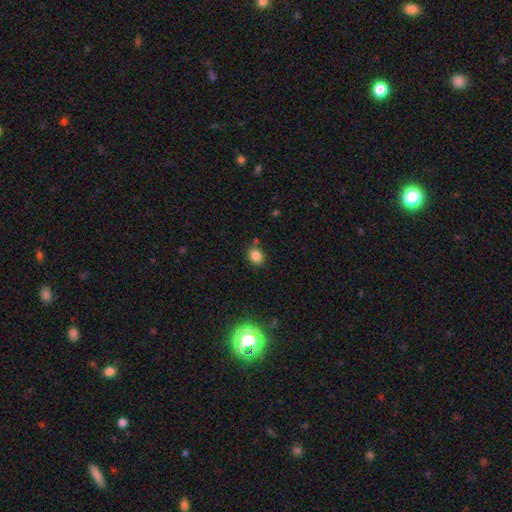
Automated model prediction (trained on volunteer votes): Morphology: type=smooth (82%); roundness=in between (61%); merging=none (78%).